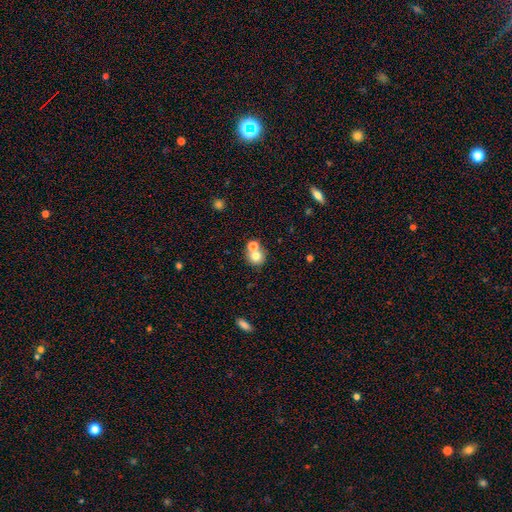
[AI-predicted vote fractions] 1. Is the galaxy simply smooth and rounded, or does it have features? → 74% smooth, 14% featured or disk, 12% star or artifact.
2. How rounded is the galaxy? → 85% round, 14% in between, 1% cigar-shaped.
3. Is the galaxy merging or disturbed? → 47% none, 43% merger, 7% minor disturbance, 3% major disturbance.